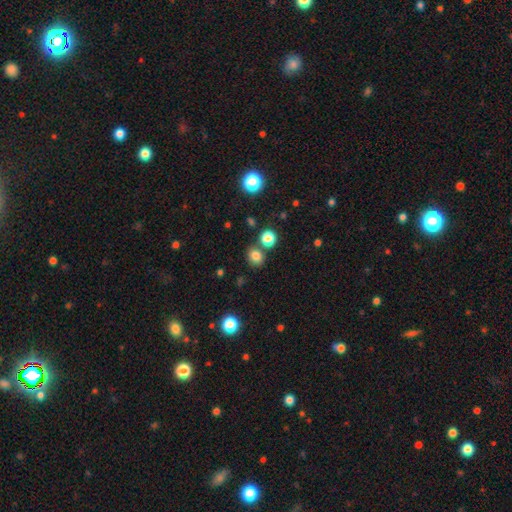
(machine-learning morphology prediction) Smooth or featured?
  - smooth: 80% *
  - star or artifact: 14%
  - featured or disk: 6%
How rounded?
  - round: 71% *
  - in between: 28%
  - cigar-shaped: 1%
Merging?
  - none: 73% *
  - merger: 14%
  - minor disturbance: 9%
  - major disturbance: 3%